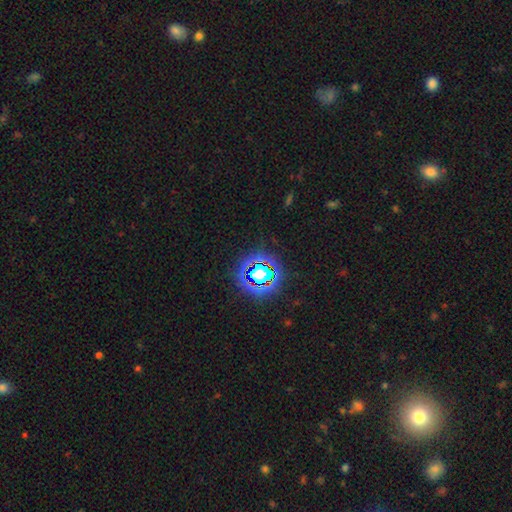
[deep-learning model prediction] star or artifact 78%, smooth 14%, featured or disk 8%.